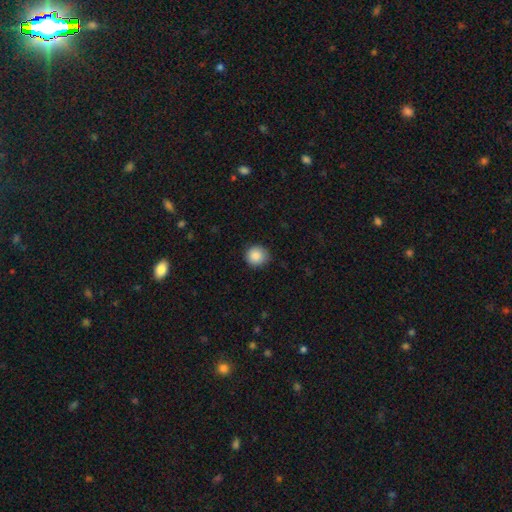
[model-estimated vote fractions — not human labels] Smooth or featured?
  - smooth: 88% *
  - star or artifact: 9%
  - featured or disk: 3%
How rounded?
  - round: 93% *
  - in between: 7%
  - cigar-shaped: 1%
Merging?
  - none: 87% *
  - minor disturbance: 10%
  - major disturbance: 2%
  - merger: 1%